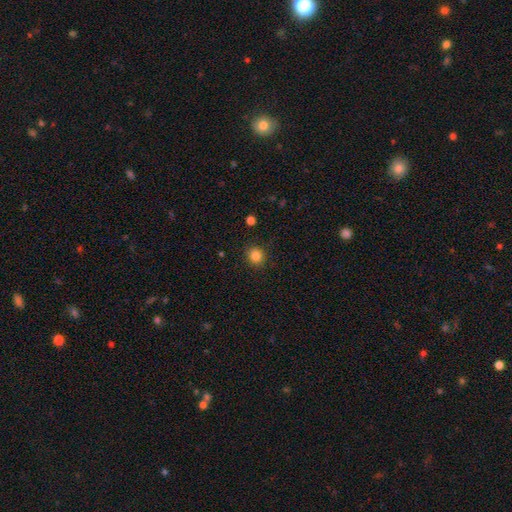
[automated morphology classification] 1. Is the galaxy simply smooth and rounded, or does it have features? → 83% smooth, 12% star or artifact, 5% featured or disk.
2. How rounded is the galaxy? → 85% round, 15% in between, 1% cigar-shaped.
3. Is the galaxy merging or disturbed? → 90% none, 7% minor disturbance, 2% major disturbance, 1% merger.